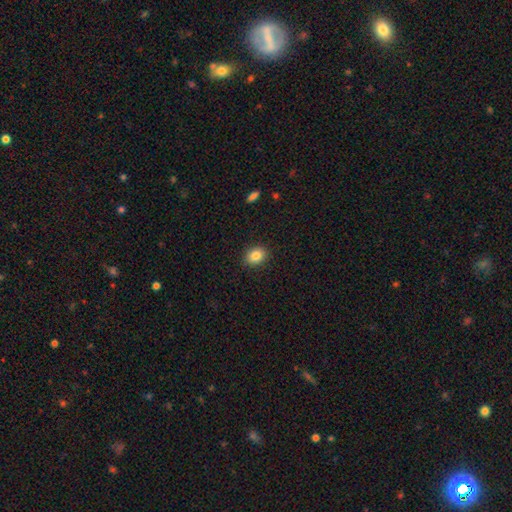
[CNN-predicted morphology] Overall: smooth (86%). How rounded: in between (56%; round 43%). Merging: none (89%).